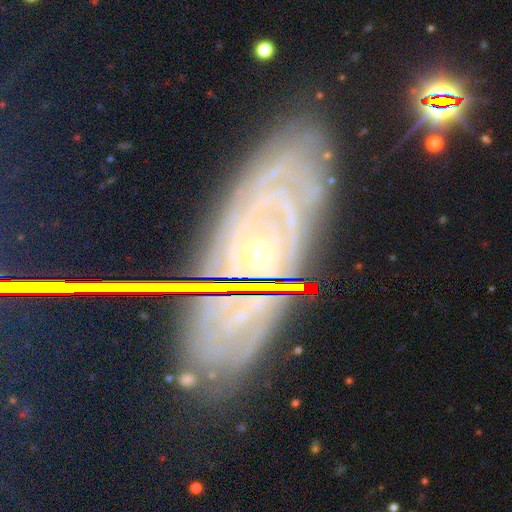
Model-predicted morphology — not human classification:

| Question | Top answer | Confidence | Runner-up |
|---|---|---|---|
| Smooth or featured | featured or disk | 72% | star or artifact (19%) |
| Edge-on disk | no | 89% | yes (11%) |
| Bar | no | 71% | weak (20%) |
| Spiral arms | yes | 96% | no (4%) |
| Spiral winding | tight | 84% | medium (13%) |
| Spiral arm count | can't tell | 34% | 2 (18%) |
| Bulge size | small | 80% | moderate (16%) |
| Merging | none | 81% | minor disturbance (13%) |